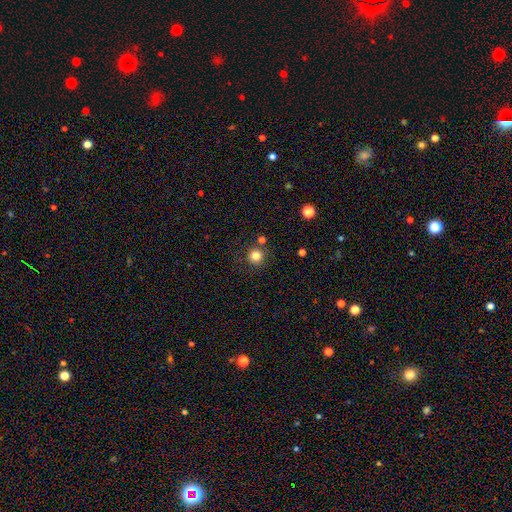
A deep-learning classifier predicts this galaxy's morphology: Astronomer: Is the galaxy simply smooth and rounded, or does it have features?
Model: smooth — 81%.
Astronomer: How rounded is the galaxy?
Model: round — 95%.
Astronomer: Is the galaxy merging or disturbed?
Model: none — 84%.